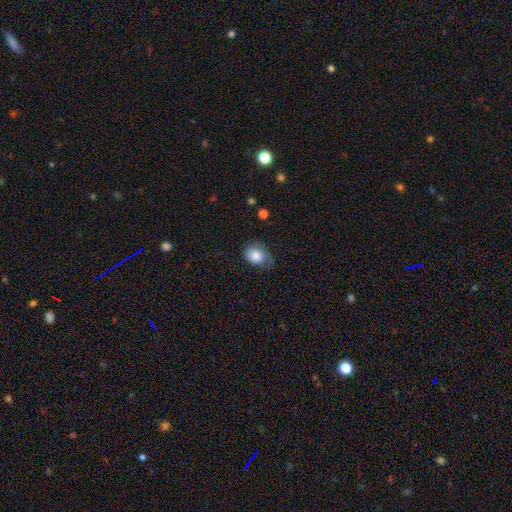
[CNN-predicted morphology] Smooth or featured?
  - smooth: 76% *
  - featured or disk: 17%
  - star or artifact: 8%
How rounded?
  - in between: 54% *
  - round: 45%
  - cigar-shaped: 1%
Merging?
  - none: 43% *
  - minor disturbance: 35%
  - major disturbance: 20%
  - merger: 2%